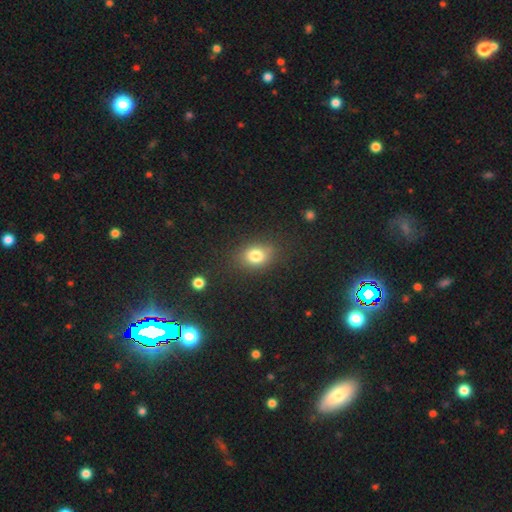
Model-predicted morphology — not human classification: The model was most divided on "how rounded": in between: 58%, round: 40%, cigar-shaped: 1%. More confident: merging — none (80%); smooth or featured — smooth (80%).